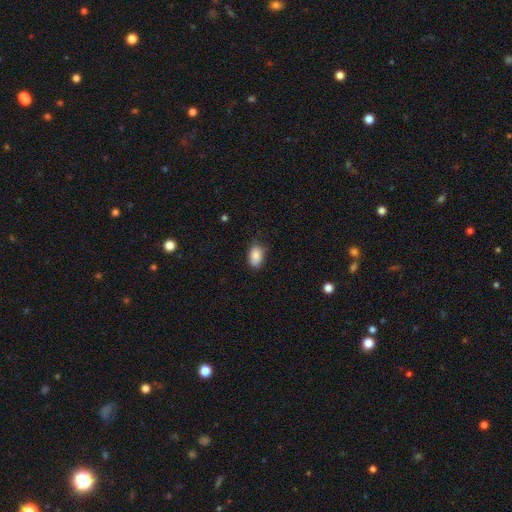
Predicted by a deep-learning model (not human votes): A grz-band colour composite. It shows a smooth galaxy with no disk features (86%) that is in between round and cigar-shaped (88%). Merging: none (71%).